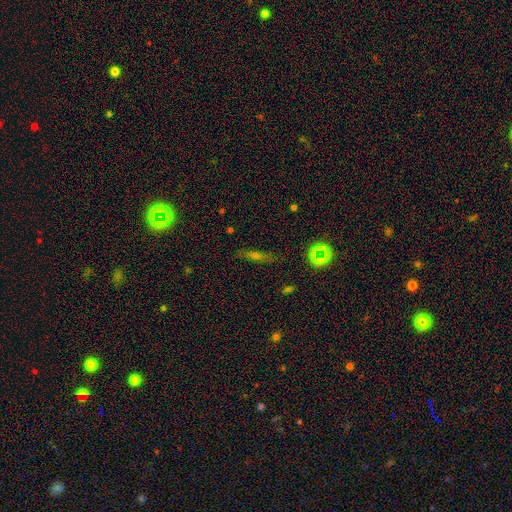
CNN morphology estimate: The model was most divided on "smooth or featured": smooth: 40%, featured or disk: 34%, star or artifact: 26%. More confident: merging — none (83%).